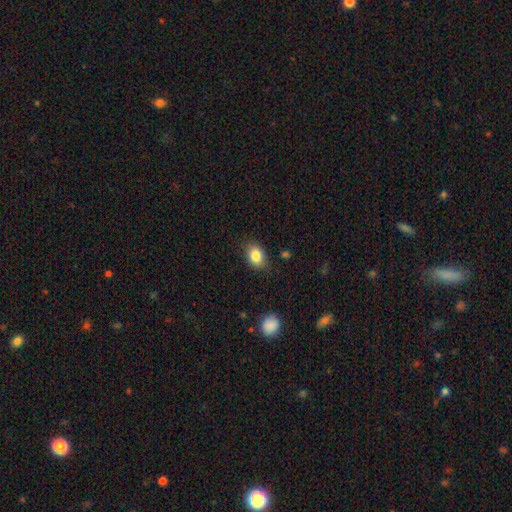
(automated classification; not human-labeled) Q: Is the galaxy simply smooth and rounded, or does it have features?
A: smooth — 85%.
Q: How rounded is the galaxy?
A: in between — 75%.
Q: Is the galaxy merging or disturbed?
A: none — 81%.